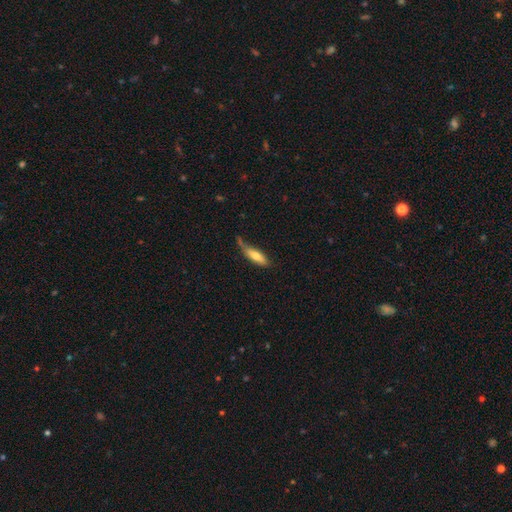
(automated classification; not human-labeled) The model was most divided on "merging": none: 48%, minor disturbance: 32%, major disturbance: 12%, merger: 7%. More confident: smooth or featured — smooth (68%); how rounded — cigar-shaped (57%).